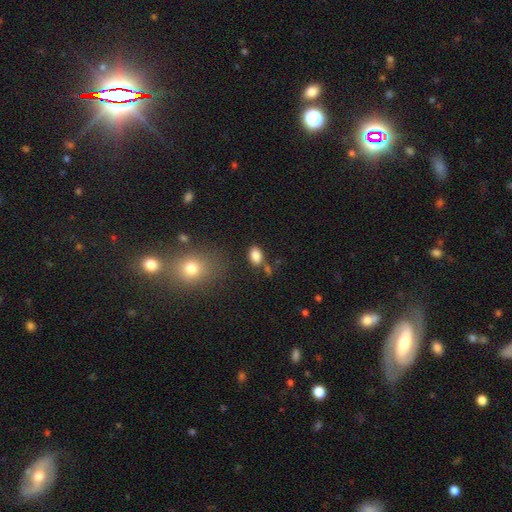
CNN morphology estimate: smooth_or_featured: smooth (p=0.85) [alt: star or artifact p=0.10]
how_rounded: in between (p=0.82) [alt: round p=0.16]
merging: none (p=0.73) [alt: minor disturbance p=0.14]